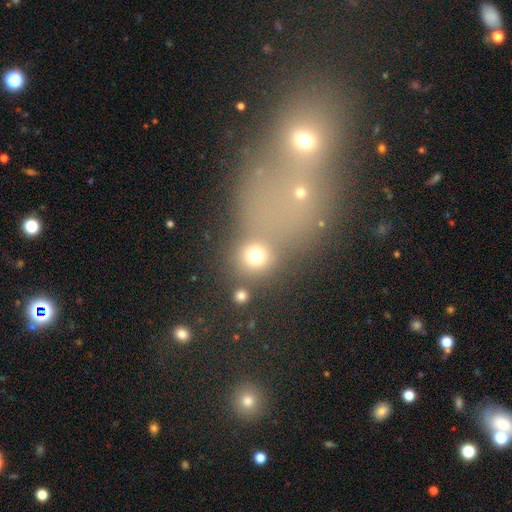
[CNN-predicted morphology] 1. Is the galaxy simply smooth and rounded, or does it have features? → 73% smooth, 18% star or artifact, 9% featured or disk.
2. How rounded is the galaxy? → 83% round, 15% in between, 2% cigar-shaped.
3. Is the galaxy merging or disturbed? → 66% none, 19% merger, 9% minor disturbance, 5% major disturbance.